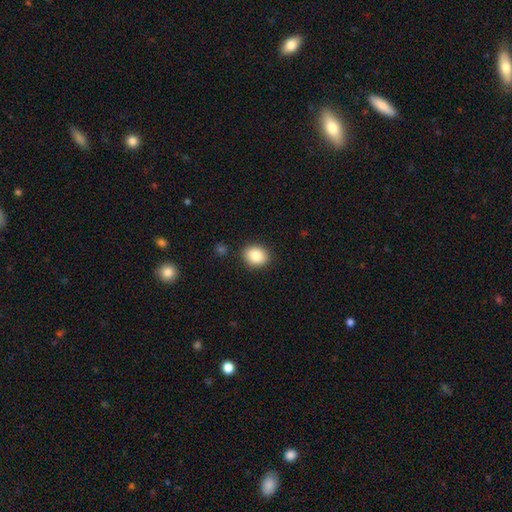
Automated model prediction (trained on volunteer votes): Smooth or featured?
  - smooth: 85% *
  - star or artifact: 8%
  - featured or disk: 6%
How rounded?
  - round: 59% *
  - in between: 40%
  - cigar-shaped: 1%
Merging?
  - none: 88% *
  - minor disturbance: 8%
  - major disturbance: 2%
  - merger: 2%